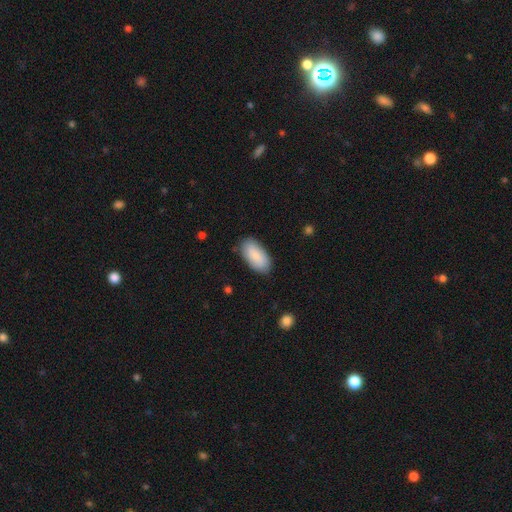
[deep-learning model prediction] Overall: smooth (86%). How rounded: in between (94%). Merging: none (85%).